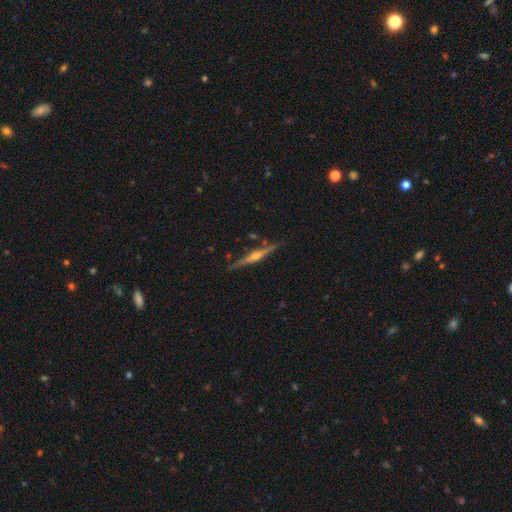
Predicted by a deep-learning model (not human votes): Smooth or featured? featured or disk (82%)
Edge-on disk? yes (98%)
Edge-on bulge? rounded (92%)
Merging? none (86%)